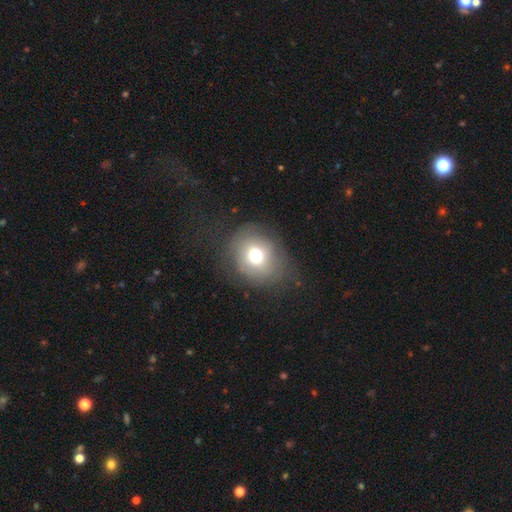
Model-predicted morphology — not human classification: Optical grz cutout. It shows a smooth galaxy with no disk features (68%) that is round (75%). Merging: none (68%).